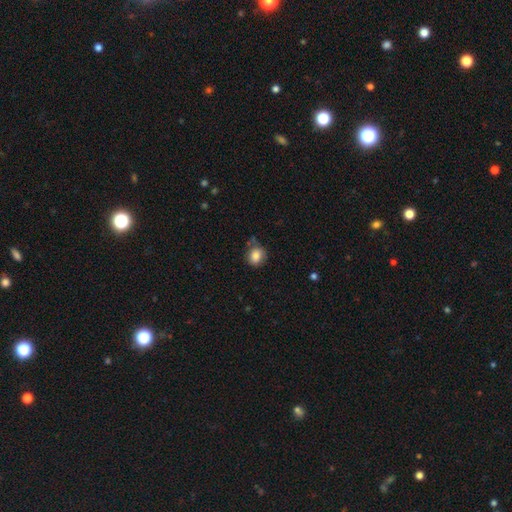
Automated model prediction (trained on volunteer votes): Q: Smooth or featured?
A: smooth (82%); runner-up: star or artifact (9%)
Q: How rounded?
A: round (68%); runner-up: in between (31%)
Q: Merging?
A: none (66%); runner-up: minor disturbance (23%)